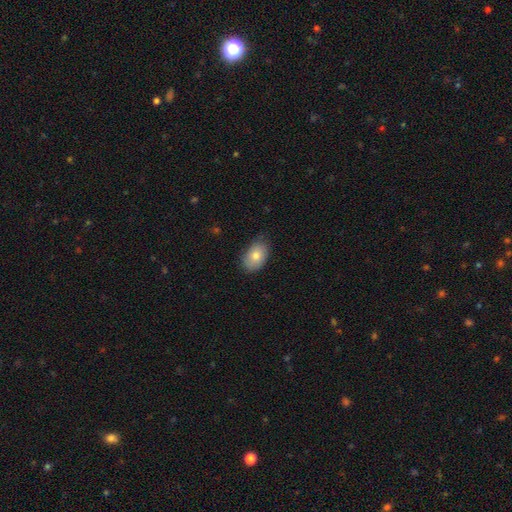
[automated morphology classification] This appears to be a smooth galaxy with no disk features (79%) that is in between round and cigar-shaped (88%). Merging: none (76%).